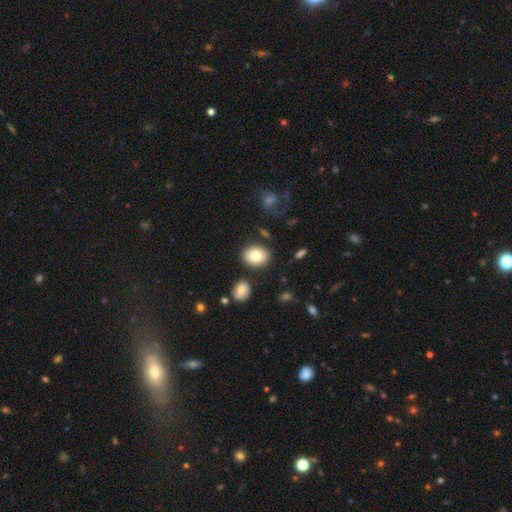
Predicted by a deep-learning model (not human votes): smooth_or_featured: smooth (p=0.81) [alt: featured or disk p=0.11]
how_rounded: in between (p=0.54) [alt: round p=0.45]
merging: none (p=0.84) [alt: minor disturbance p=0.09]